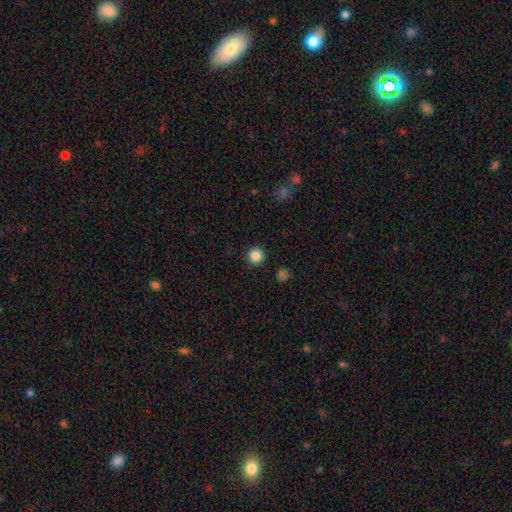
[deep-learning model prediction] Q: Smooth or featured?
A: smooth (86%); runner-up: star or artifact (11%)
Q: How rounded?
A: round (96%); runner-up: in between (3%)
Q: Merging?
A: none (92%); runner-up: minor disturbance (4%)